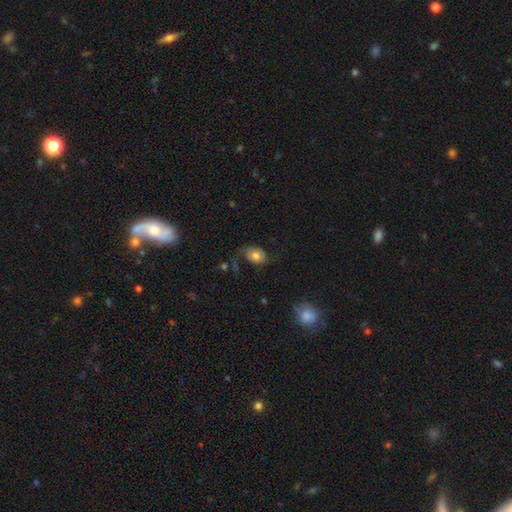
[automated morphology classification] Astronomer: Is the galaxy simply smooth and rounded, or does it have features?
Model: smooth — 70%.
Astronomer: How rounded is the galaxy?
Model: in between — 67%.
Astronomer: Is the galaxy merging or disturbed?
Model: none — 51% (runner-up: minor disturbance, 26%).